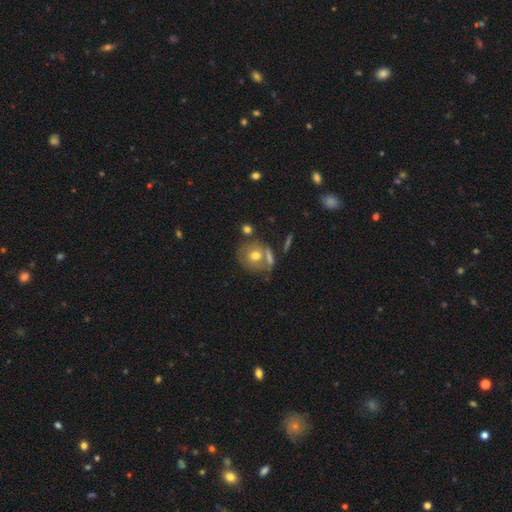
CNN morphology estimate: This is possibly a smooth galaxy (57%). How rounded: likely round (79%). Merging: possibly none (58%).